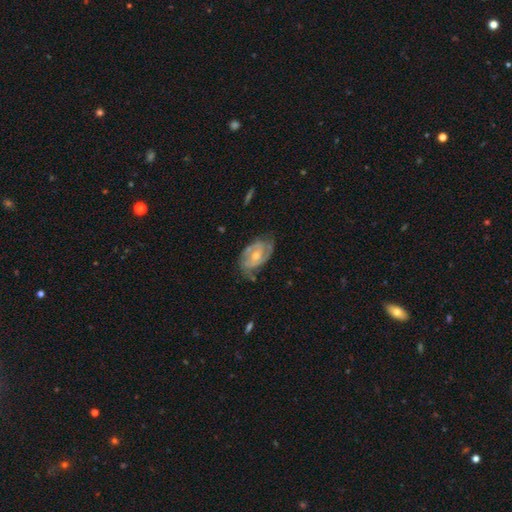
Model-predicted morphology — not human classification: smooth-or-featured: featured or disk: 82% | smooth: 13% | star or artifact: 5%
  disk-edge-on: no: 96% | yes: 4%
    bar: no: 50% | weak: 41% | strong: 9%
    has-spiral-arms: yes: 93% | no: 7%
      spiral-winding: tight: 46% | medium: 42% | loose: 12%
      spiral-arm-count: 2: 69% | can't tell: 15% | 3: 9% | 1: 3% | 4: 2% | more than 4: 2%
    bulge-size: moderate: 51% | small: 44% | none: 2% | large: 2% | dominant: 1%
  merging: none: 65% | minor disturbance: 24% | major disturbance: 9% | merger: 2%